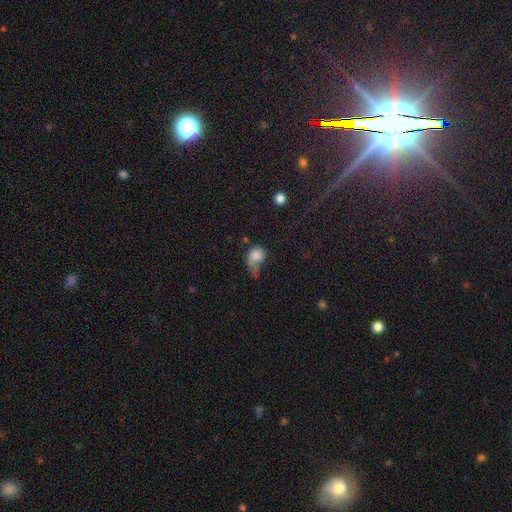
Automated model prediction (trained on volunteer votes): Smooth or featured? smooth (76%)
How rounded? round (58%)
Merging? major disturbance (38%)